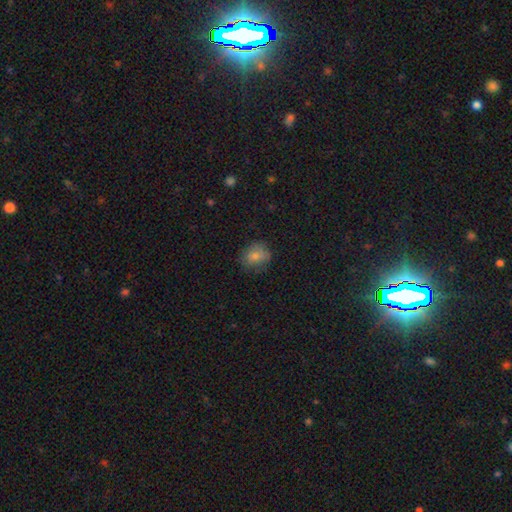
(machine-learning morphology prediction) Q: Smooth or featured?
A: smooth (79%); runner-up: featured or disk (12%)
Q: How rounded?
A: round (58%); runner-up: in between (41%)
Q: Merging?
A: none (71%); runner-up: minor disturbance (21%)